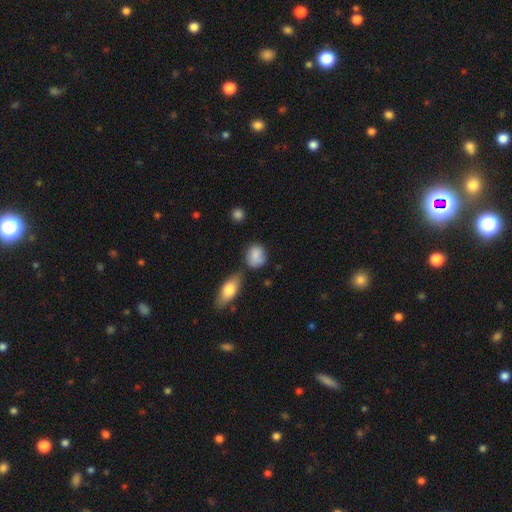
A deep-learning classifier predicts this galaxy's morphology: smooth 83%, featured or disk 10%, star or artifact 8%. Down the decision tree: how rounded — round (58%); merging — none (60%).